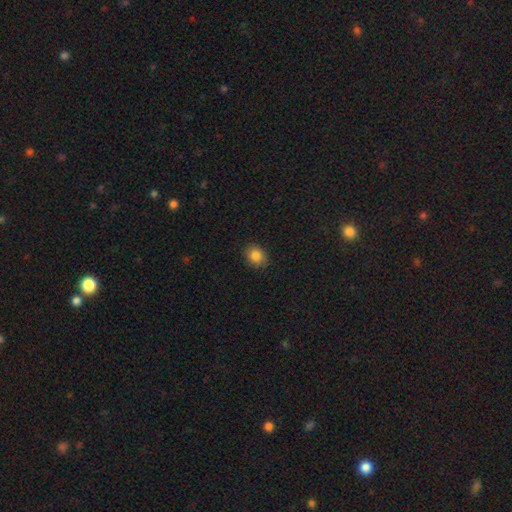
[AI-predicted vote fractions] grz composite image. It shows a smooth galaxy with no disk features (84%) that is round (52%). Merging: none (87%).